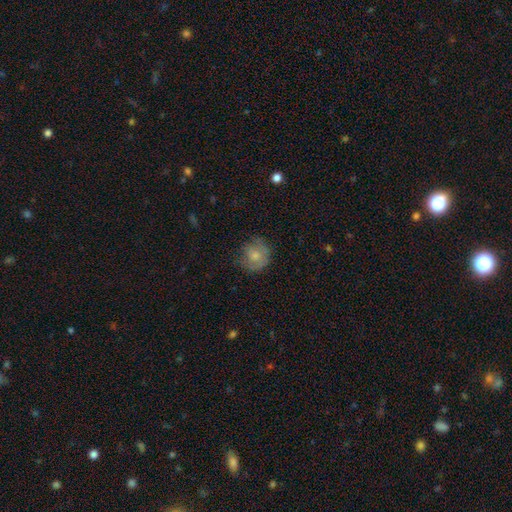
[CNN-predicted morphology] This appears to be a smooth galaxy with no disk features (67%) that is round (83%). Merging: none (60%).